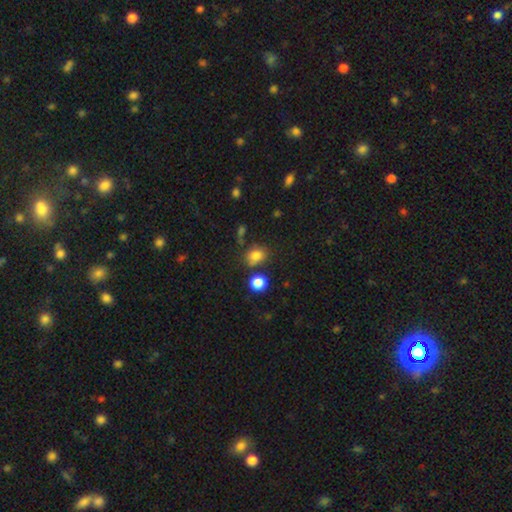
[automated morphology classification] smooth-or-featured: smooth: 79% | star or artifact: 14% | featured or disk: 7%
  how-rounded: round: 55% | in between: 44% | cigar-shaped: 1%
  merging: none: 68% | minor disturbance: 15% | merger: 12% | major disturbance: 5%